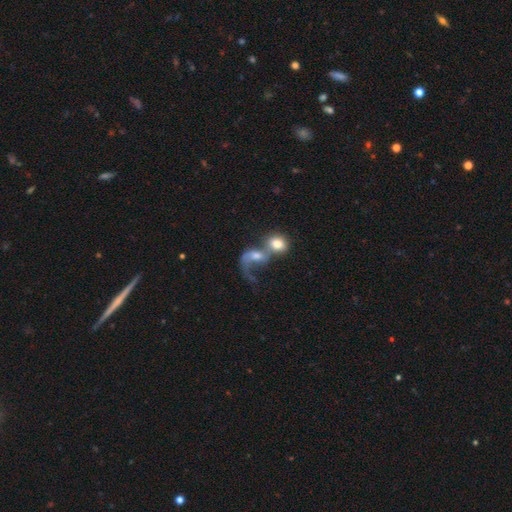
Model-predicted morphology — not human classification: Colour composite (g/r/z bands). It shows a featured or disk galaxy (46%). Merging: merger (69%).